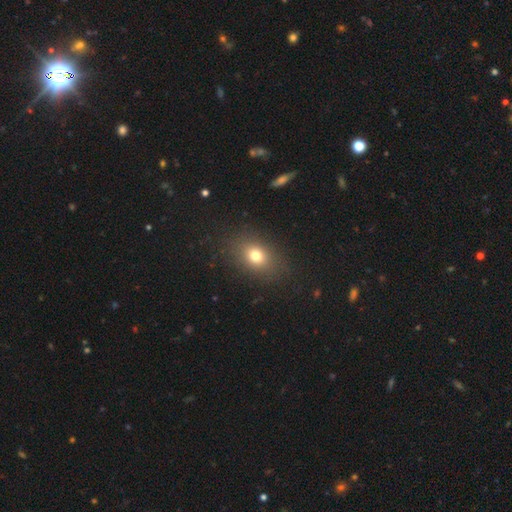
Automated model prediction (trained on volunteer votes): smooth_or_featured: smooth (p=0.74) [alt: star or artifact p=0.15]
how_rounded: in between (p=0.59) [alt: round p=0.40]
merging: none (p=0.85) [alt: minor disturbance p=0.10]